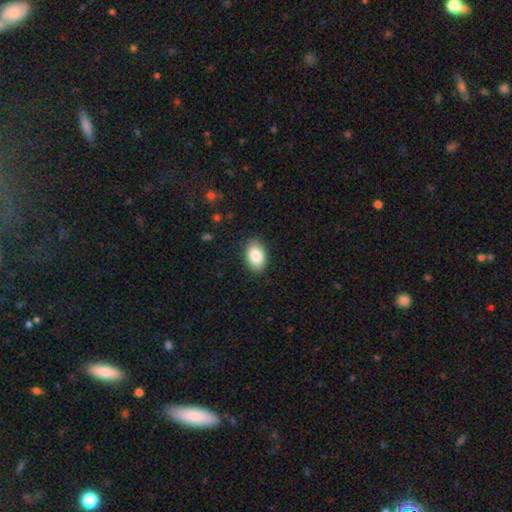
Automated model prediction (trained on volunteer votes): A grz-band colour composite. It shows a smooth galaxy with no disk features (86%) that is in between round and cigar-shaped (90%). Merging: none (88%).